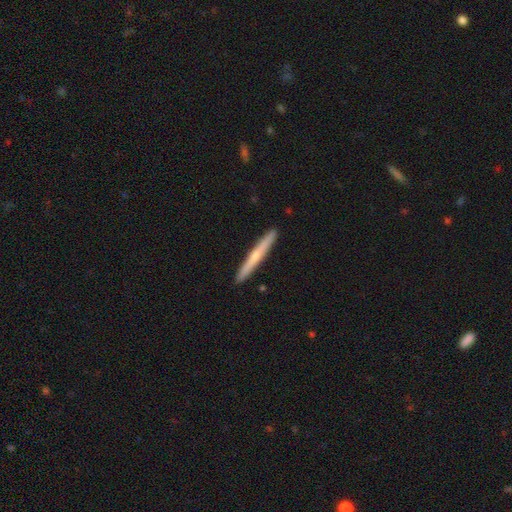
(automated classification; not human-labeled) Overall: smooth (50%; featured or disk 44%). How rounded: cigar-shaped (97%). Merging: none (93%).